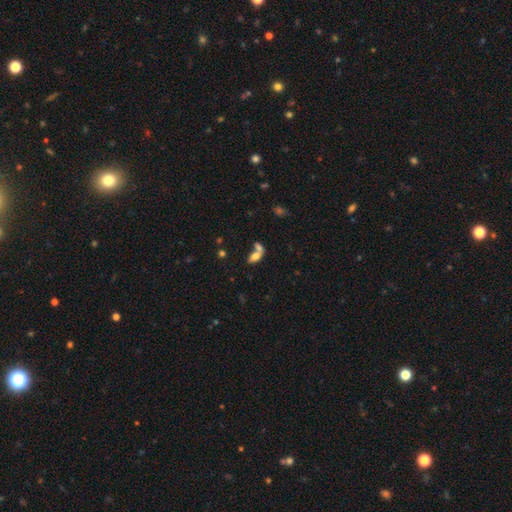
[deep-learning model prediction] Smooth or featured?
  - smooth: 73% *
  - featured or disk: 17%
  - star or artifact: 11%
How rounded?
  - in between: 84% *
  - cigar-shaped: 8%
  - round: 7%
Merging?
  - merger: 58% *
  - none: 28%
  - minor disturbance: 8%
  - major disturbance: 6%